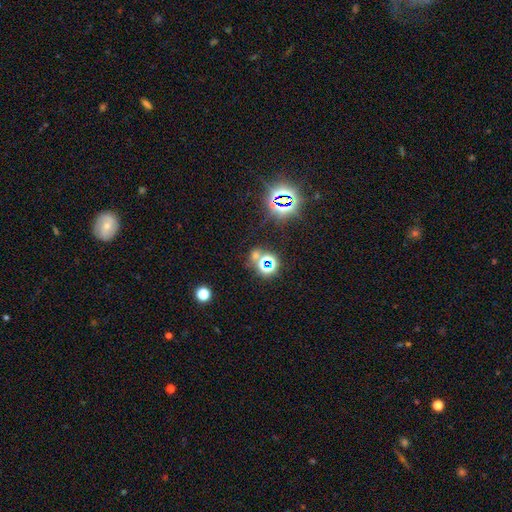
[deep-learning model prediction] star or artifact 63%, smooth 28%, featured or disk 10%.